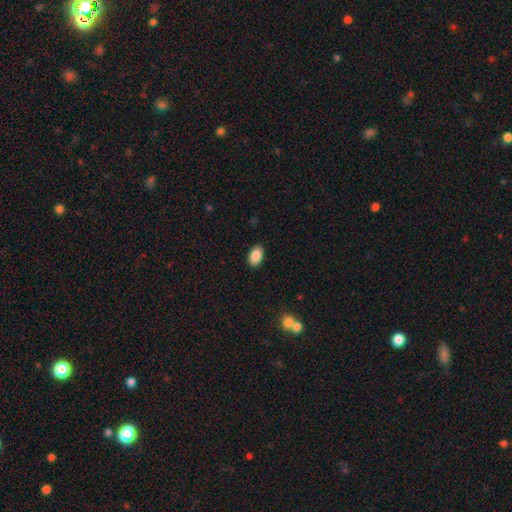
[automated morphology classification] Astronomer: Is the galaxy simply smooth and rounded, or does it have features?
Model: smooth — 89%.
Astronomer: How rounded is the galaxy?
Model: in between — 93%.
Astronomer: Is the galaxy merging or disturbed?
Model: none — 89%.